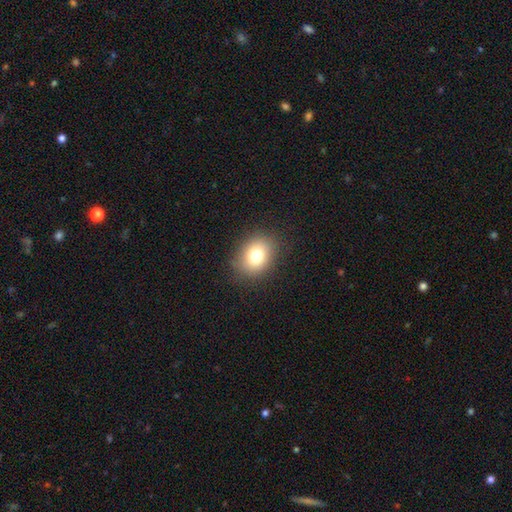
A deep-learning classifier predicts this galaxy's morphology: This is likely a smooth galaxy (77%). How rounded: possibly in between (53%). Merging: clearly none (86%).